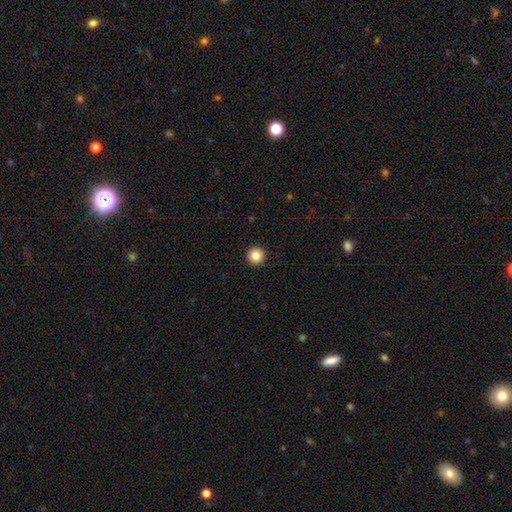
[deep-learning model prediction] smooth-or-featured: smooth: 85% | star or artifact: 10% | featured or disk: 5%
  how-rounded: round: 97% | in between: 2% | cigar-shaped: 1%
  merging: none: 94% | minor disturbance: 4% | major disturbance: 1% | merger: 1%